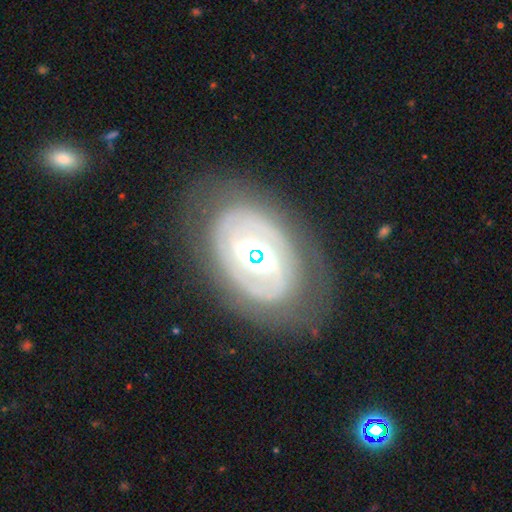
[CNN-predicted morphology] featured or disk 80%, smooth 14%, star or artifact 6%. Down the decision tree: edge-on disk — no (95%); bar — no (39%); spiral arms — yes (73%); spiral arm count — 2 (47%); spiral winding — tight (66%); bulge size — moderate (53%); merging — none (71%).